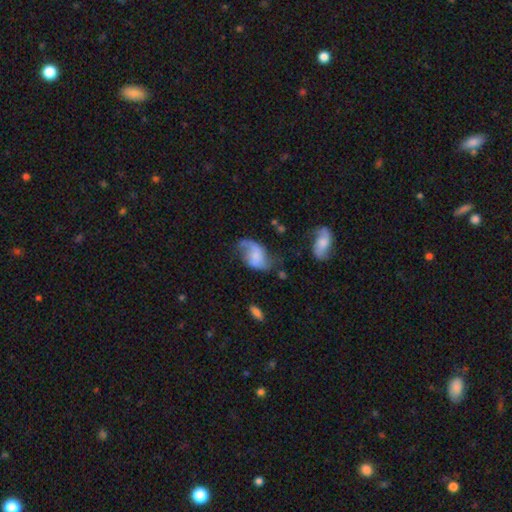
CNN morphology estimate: Q: Smooth or featured?
A: featured or disk (64%); runner-up: smooth (29%)
Q: Edge-on disk?
A: no (97%); runner-up: yes (3%)
Q: Bar?
A: no (56%); runner-up: weak (35%)
Q: Spiral arms?
A: yes (89%); runner-up: no (11%)
Q: Spiral winding?
A: loose (65%); runner-up: medium (27%)
Q: Spiral arm count?
A: 2 (70%); runner-up: 1 (22%)
Q: Bulge size?
A: none (48%); runner-up: small (26%)
Q: Merging?
A: none (42%); runner-up: minor disturbance (28%)